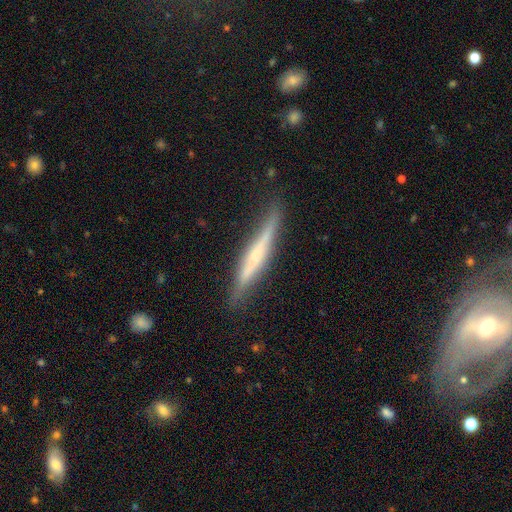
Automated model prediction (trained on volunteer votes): smooth-or-featured: featured or disk: 61% | smooth: 33% | star or artifact: 6%
  disk-edge-on: yes: 96% | no: 4%
    edge-on-bulge: rounded: 42% | none: 41% | boxy: 18%
  merging: none: 82% | minor disturbance: 14% | major disturbance: 3% | merger: 2%